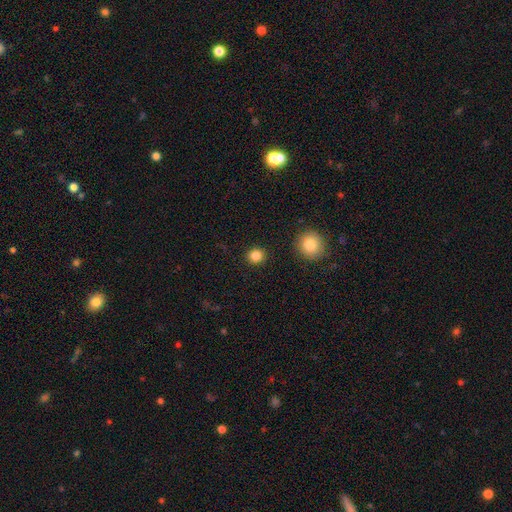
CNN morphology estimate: A smooth galaxy with no disk features (85%) that is round (90%).

Vote fractions:
- Smooth or featured? smooth: 85% / star or artifact: 11% / featured or disk: 4%
- How rounded? round: 90% / in between: 9% / cigar-shaped: 1%
- Merging? none: 92% / minor disturbance: 5% / major disturbance: 2% / merger: 2%